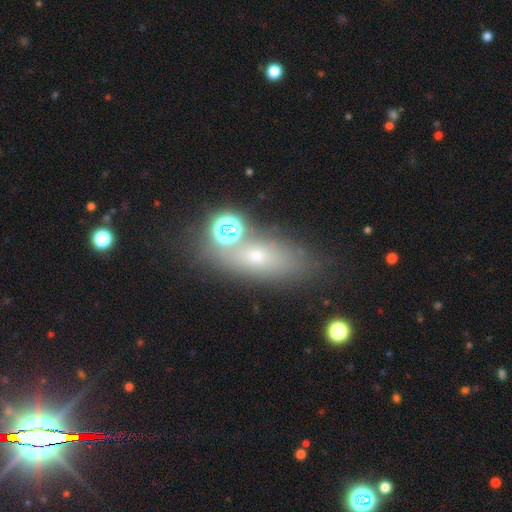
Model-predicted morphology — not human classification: Smooth or featured?
  - smooth: 57% *
  - featured or disk: 22%
  - star or artifact: 21%
How rounded?
  - in between: 67% *
  - round: 18%
  - cigar-shaped: 15%
Merging?
  - none: 61% *
  - merger: 17%
  - minor disturbance: 14%
  - major disturbance: 8%